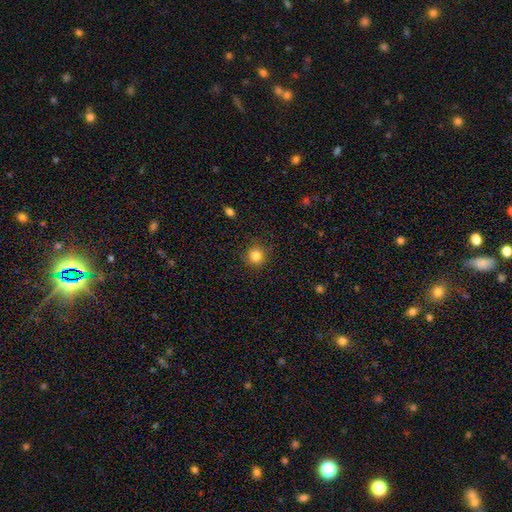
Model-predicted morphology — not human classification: Overall: smooth (84%). How rounded: round (92%). Merging: none (88%).